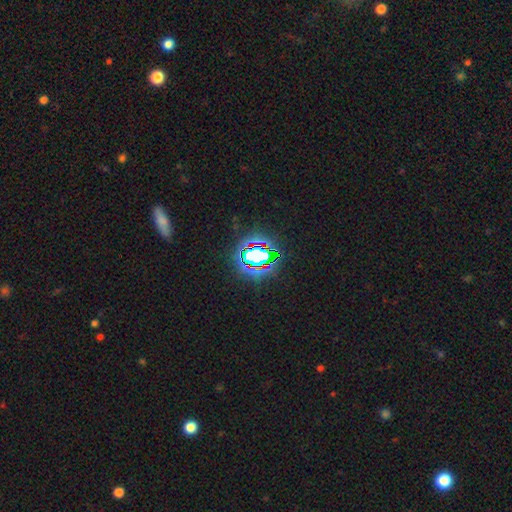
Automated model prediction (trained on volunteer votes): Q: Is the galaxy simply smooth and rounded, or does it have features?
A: star or artifact — 69%.